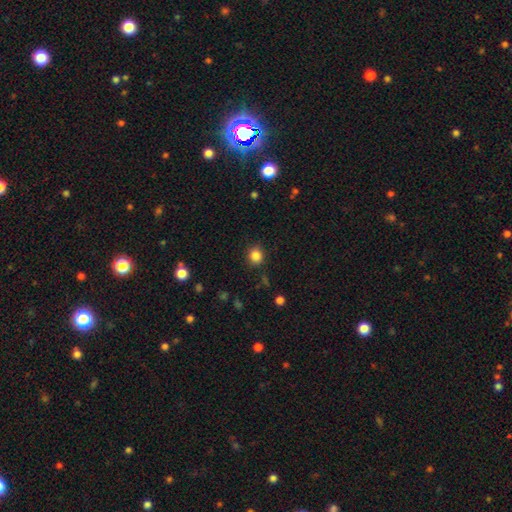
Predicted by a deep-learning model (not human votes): Q: Smooth or featured?
A: smooth (85%); runner-up: star or artifact (11%)
Q: How rounded?
A: round (81%); runner-up: in between (18%)
Q: Merging?
A: none (88%); runner-up: minor disturbance (8%)